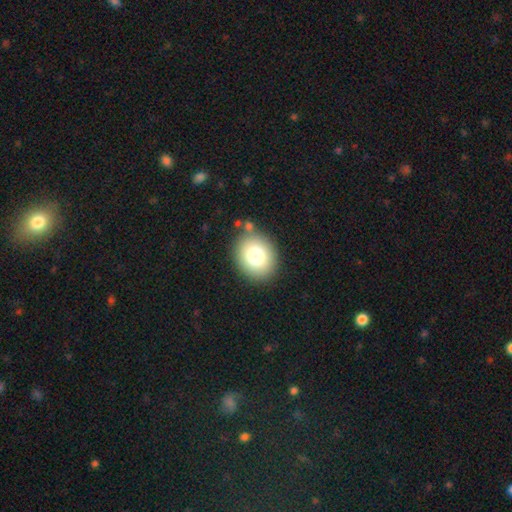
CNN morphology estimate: Overall: smooth (79%). How rounded: round (63%; in between 36%). Merging: none (84%).